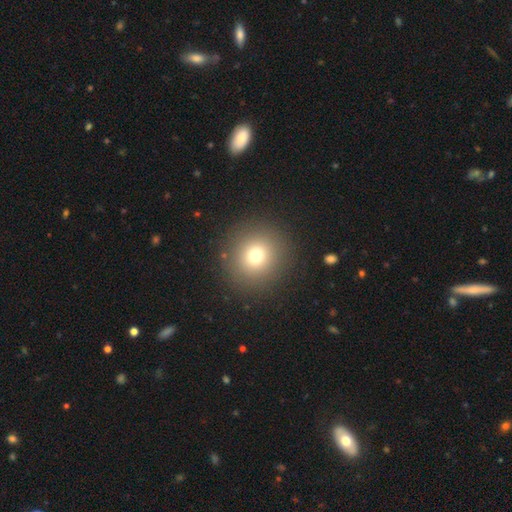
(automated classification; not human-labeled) This appears to be a smooth galaxy with no disk features (73%) that is round (94%). Merging: none (90%).